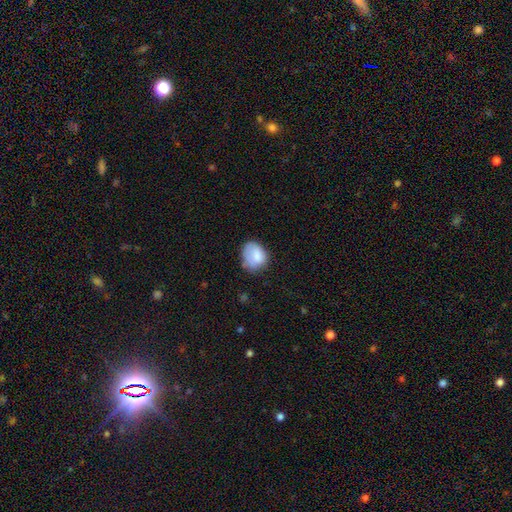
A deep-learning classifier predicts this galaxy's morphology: Overall: smooth (79%). How rounded: in between (51%; round 48%). Merging: none (52%; minor disturbance 32%).